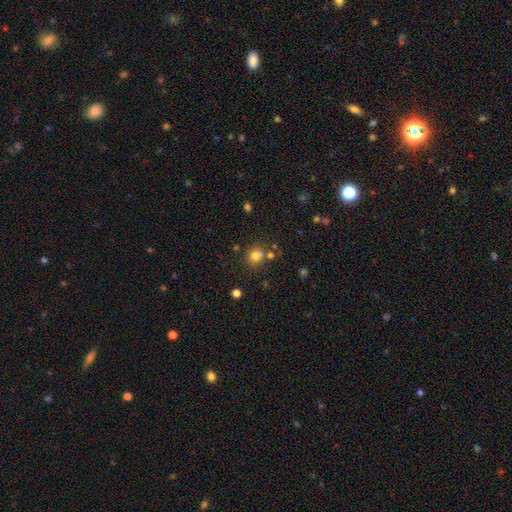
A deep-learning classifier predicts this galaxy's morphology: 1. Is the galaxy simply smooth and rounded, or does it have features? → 77% smooth, 15% star or artifact, 8% featured or disk.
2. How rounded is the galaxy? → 77% round, 22% in between, 1% cigar-shaped.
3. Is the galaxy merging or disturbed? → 67% none, 17% merger, 12% minor disturbance, 4% major disturbance.